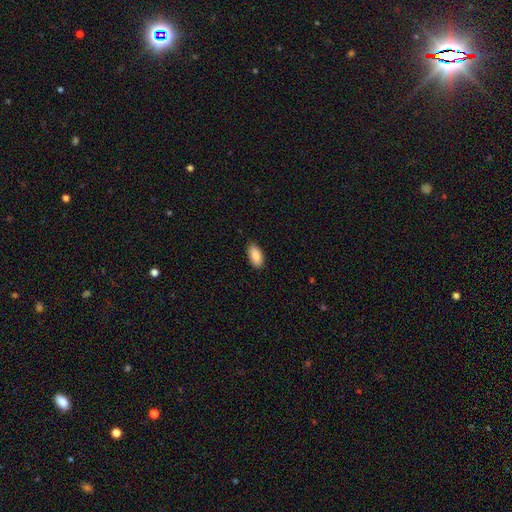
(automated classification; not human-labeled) A smooth galaxy with no disk features (88%) that is in between round and cigar-shaped (93%).

Vote fractions:
- Smooth or featured? smooth: 88% / star or artifact: 6% / featured or disk: 6%
- How rounded? in between: 93% / cigar-shaped: 4% / round: 2%
- Merging? none: 88% / minor disturbance: 9% / major disturbance: 2% / merger: 1%